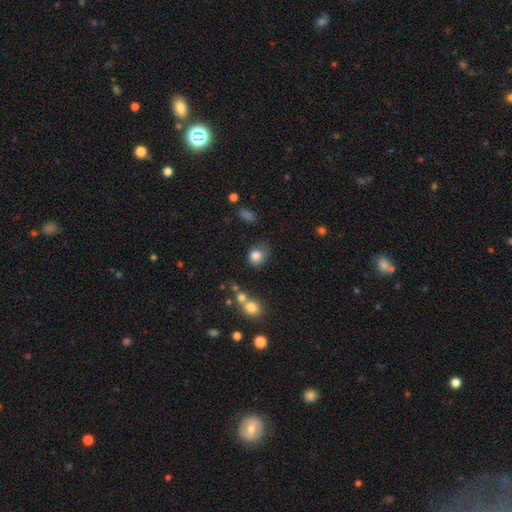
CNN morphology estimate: Smooth or featured: smooth — 83% (star or artifact — 11%)
How rounded: round — 62% (in between — 37%)
Merging: none — 50% (minor disturbance — 31%)